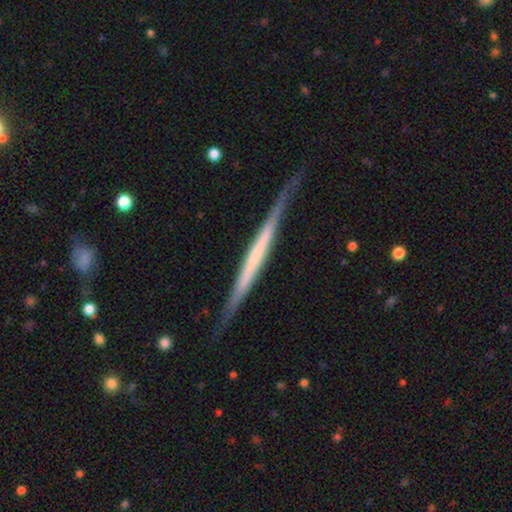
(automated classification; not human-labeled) smooth-or-featured: featured or disk: 68% | smooth: 27% | star or artifact: 5%
  disk-edge-on: yes: 97% | no: 3%
    edge-on-bulge: none: 80% | rounded: 10% | boxy: 10%
  merging: none: 81% | minor disturbance: 14% | major disturbance: 3% | merger: 2%